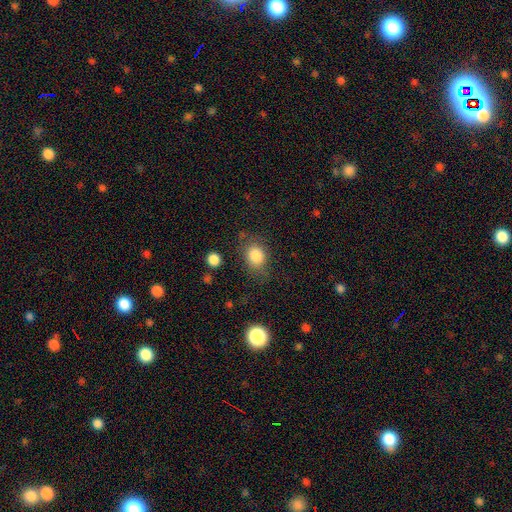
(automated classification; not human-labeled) Morphology: type=smooth (82%); roundness=in between (51%); merging=none (69%).